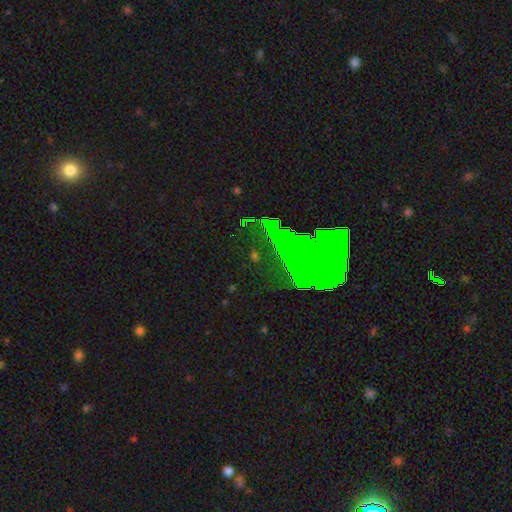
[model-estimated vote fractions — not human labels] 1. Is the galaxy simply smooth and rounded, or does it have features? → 56% star or artifact, 26% featured or disk, 18% smooth.